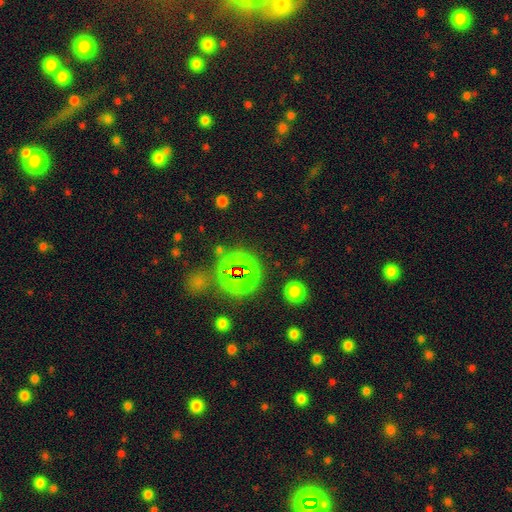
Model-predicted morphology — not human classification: Overall: star or artifact (69%).